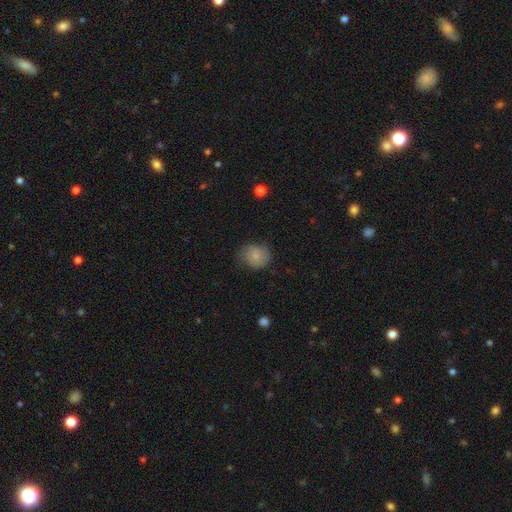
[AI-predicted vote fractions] This is clearly a smooth galaxy (82%). How rounded: likely round (75%). Merging: likely none (70%).